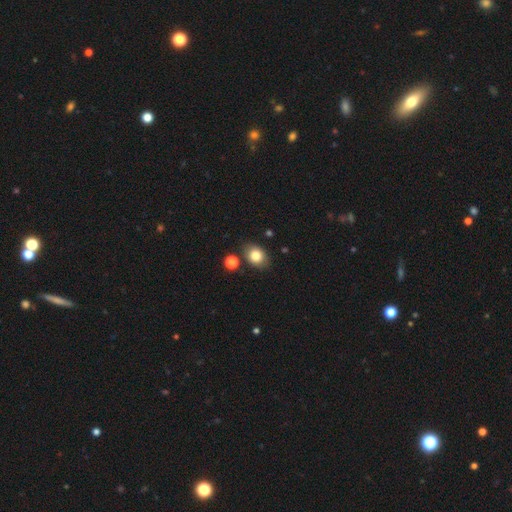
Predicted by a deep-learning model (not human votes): This is clearly a smooth galaxy (83%). How rounded: possibly in between (58%). Merging: likely none (80%).